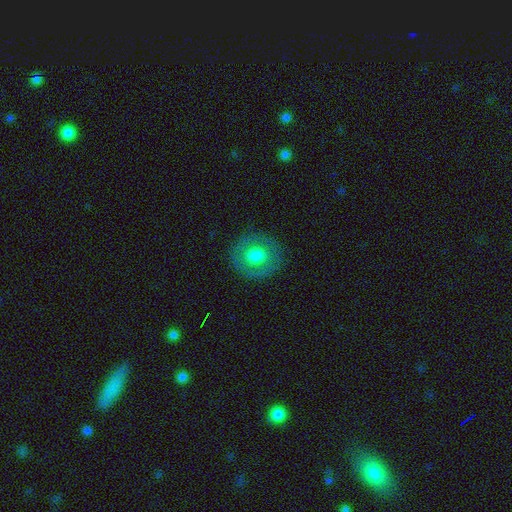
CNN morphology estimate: Smooth or featured? Predicted: smooth (p=0.64). How rounded? Predicted: round (p=0.88). Merging? Predicted: none (p=0.86).